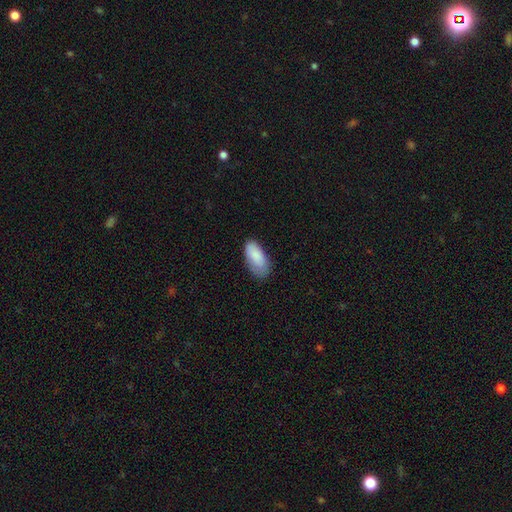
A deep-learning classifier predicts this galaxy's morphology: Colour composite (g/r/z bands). It shows a smooth galaxy with no disk features (86%) that is in between round and cigar-shaped (91%). Merging: none (68%).